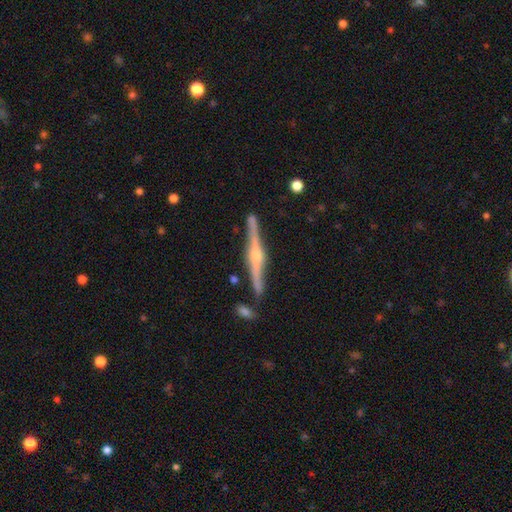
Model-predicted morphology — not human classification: This is clearly a featured or disk galaxy (86%). It is clearly viewed edge-on (98%). Edge-on bulge: clearly rounded (87%). Merging: clearly none (85%).